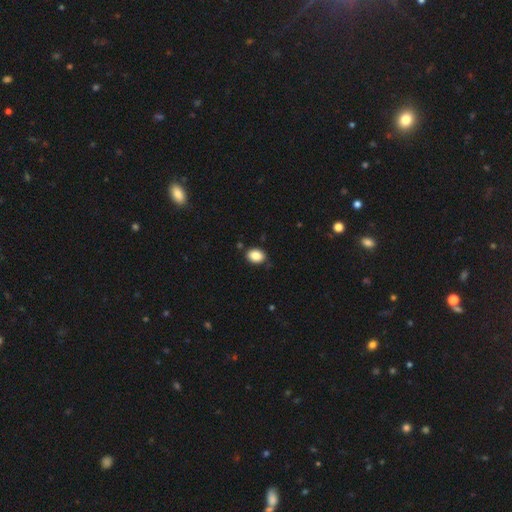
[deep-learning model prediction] smooth_or_featured: smooth (p=0.87) [alt: star or artifact p=0.08]
how_rounded: in between (p=0.68) [alt: round p=0.31]
merging: none (p=0.83) [alt: minor disturbance p=0.13]